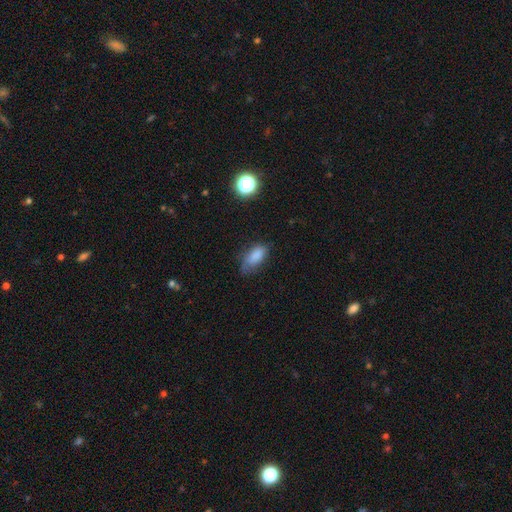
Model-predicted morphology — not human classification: Smooth or featured: smooth — 82% (star or artifact — 10%)
How rounded: in between — 88% (cigar-shaped — 8%)
Merging: none — 52% (minor disturbance — 34%)